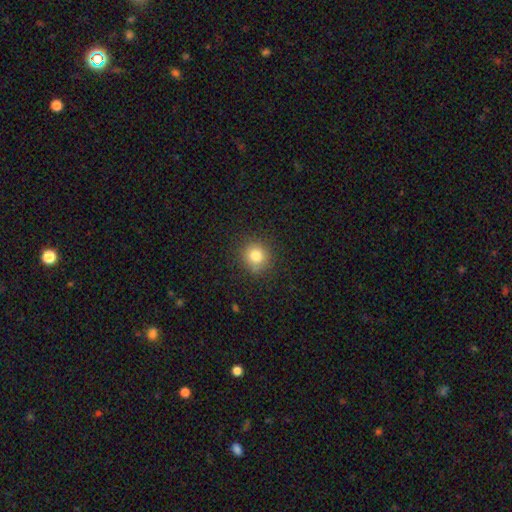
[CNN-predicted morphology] A smooth galaxy with no disk features (81%) that is round (90%). Merging: none (86%).